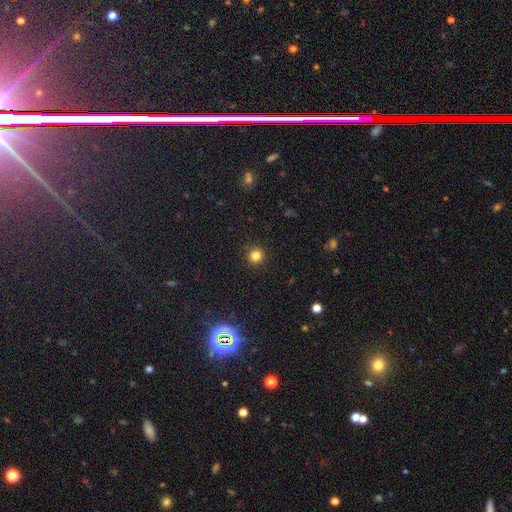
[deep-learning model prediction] The model was most divided on "smooth or featured": smooth: 81%, star or artifact: 14%, featured or disk: 5%. More confident: how rounded — round (95%); merging — none (92%).